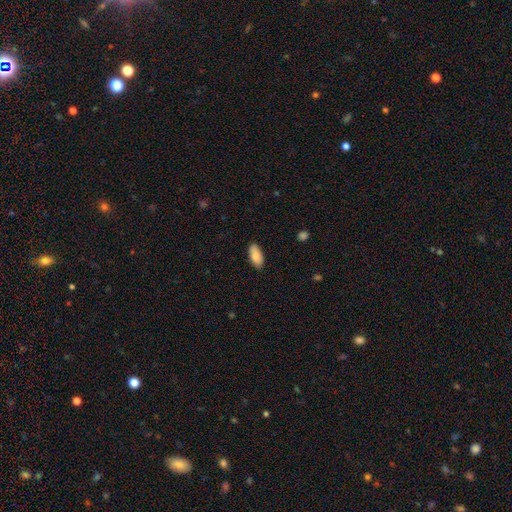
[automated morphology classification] Q: Smooth or featured?
A: smooth (85%); runner-up: featured or disk (8%)
Q: How rounded?
A: in between (89%); runner-up: cigar-shaped (9%)
Q: Merging?
A: none (87%); runner-up: minor disturbance (10%)